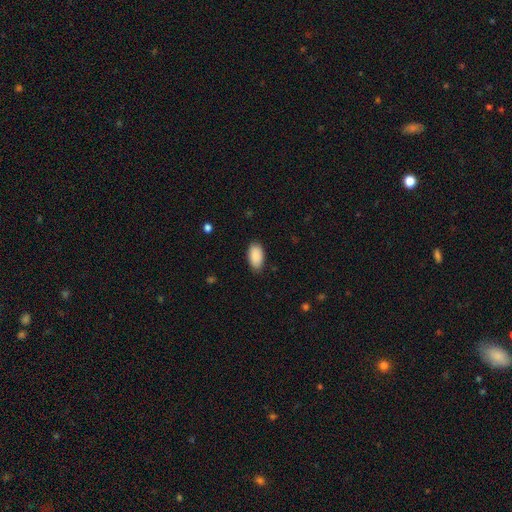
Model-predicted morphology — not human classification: type=smooth (90%); roundness=in between (95%); merging=none (84%).